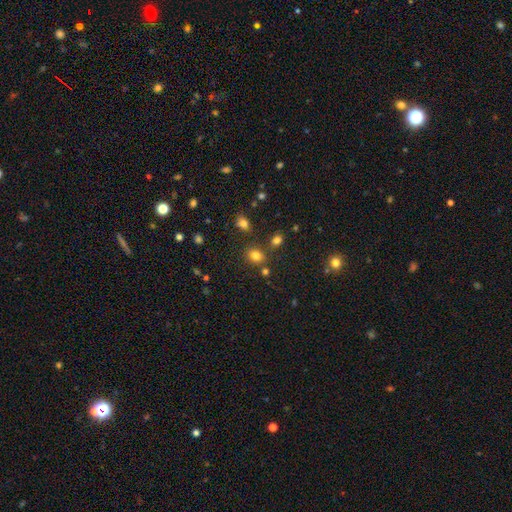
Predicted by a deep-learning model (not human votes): This is likely a smooth galaxy (79%). How rounded: possibly round (51%). Merging: likely none (77%).